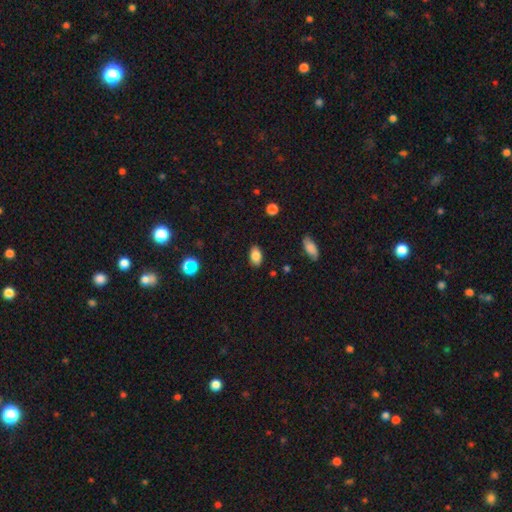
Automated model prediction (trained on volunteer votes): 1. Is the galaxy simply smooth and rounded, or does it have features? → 85% smooth, 9% star or artifact, 6% featured or disk.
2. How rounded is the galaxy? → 90% in between, 7% round, 2% cigar-shaped.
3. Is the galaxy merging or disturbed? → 87% none, 10% minor disturbance, 2% major disturbance, 1% merger.